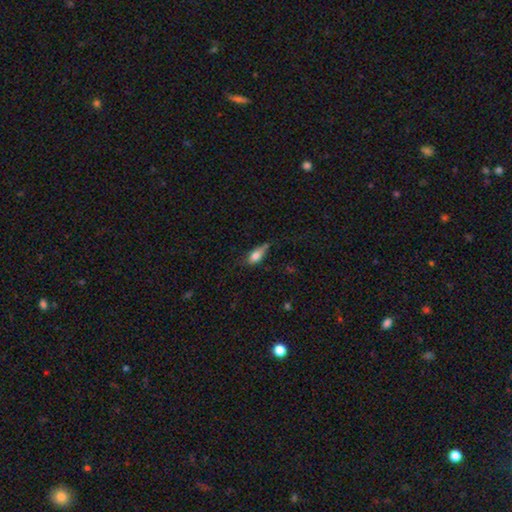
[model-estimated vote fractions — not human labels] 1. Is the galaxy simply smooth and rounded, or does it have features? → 76% smooth, 16% featured or disk, 8% star or artifact.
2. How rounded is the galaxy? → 80% in between, 15% cigar-shaped, 5% round.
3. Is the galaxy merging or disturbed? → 45% none, 37% minor disturbance, 13% major disturbance, 5% merger.